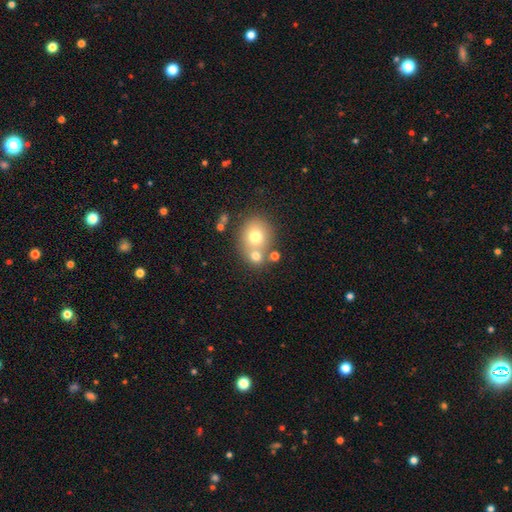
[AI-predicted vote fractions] Smooth or featured?
  - smooth: 71% *
  - featured or disk: 17%
  - star or artifact: 12%
How rounded?
  - round: 76% *
  - in between: 23%
  - cigar-shaped: 1%
Merging?
  - none: 48% *
  - merger: 40%
  - minor disturbance: 9%
  - major disturbance: 4%